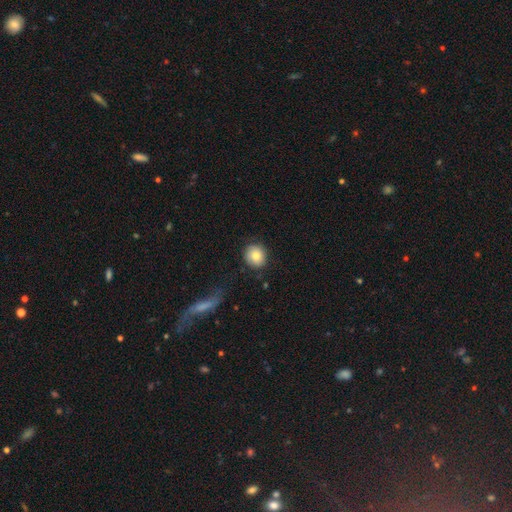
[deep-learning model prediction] Smooth or featured?
  - smooth: 81% *
  - featured or disk: 11%
  - star or artifact: 8%
How rounded?
  - round: 84% *
  - in between: 15%
  - cigar-shaped: 1%
Merging?
  - none: 81% *
  - minor disturbance: 13%
  - major disturbance: 3%
  - merger: 2%